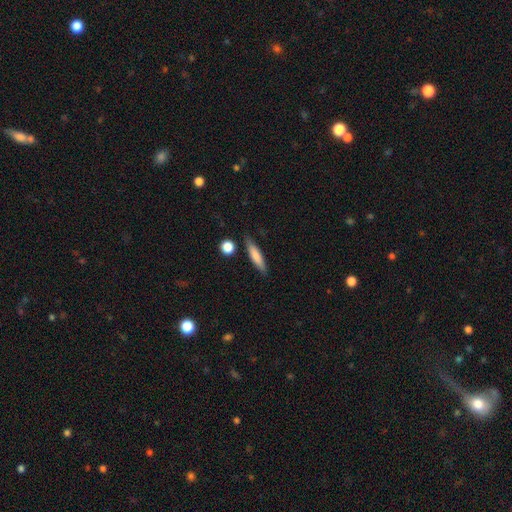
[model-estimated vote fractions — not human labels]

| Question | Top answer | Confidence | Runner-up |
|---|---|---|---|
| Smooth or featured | smooth | 74% | featured or disk (19%) |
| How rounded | cigar-shaped | 83% | in between (15%) |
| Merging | none | 84% | minor disturbance (11%) |